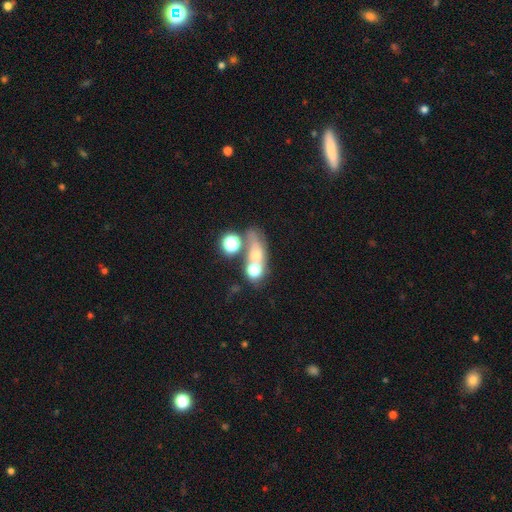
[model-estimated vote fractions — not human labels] Morphology: type=smooth (49%); merging=none (41%).